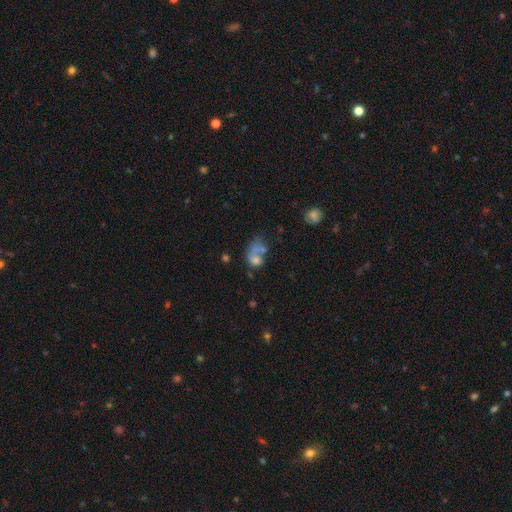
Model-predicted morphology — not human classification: Overall: smooth (59%; featured or disk 27%). How rounded: in between (67%; round 31%). Merging: merger (38%; major disturbance 27%).